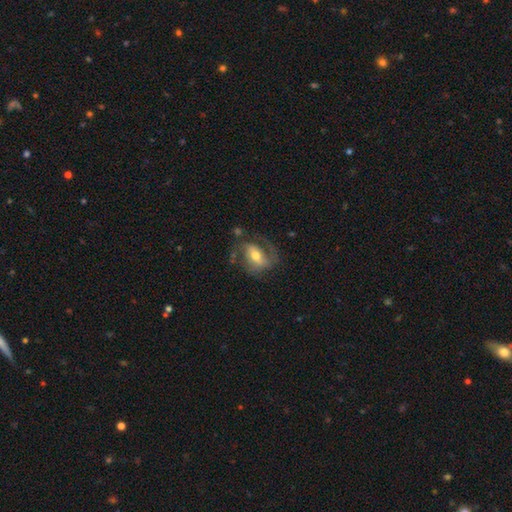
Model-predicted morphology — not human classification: Smooth or featured? featured or disk (69%)
Edge-on disk? no (95%)
Bar? weak (39%)
Spiral arms? yes (85%)
Spiral winding? medium (49%)
Spiral arm count? 2 (71%)
Bulge size? moderate (67%)
Merging? none (57%)